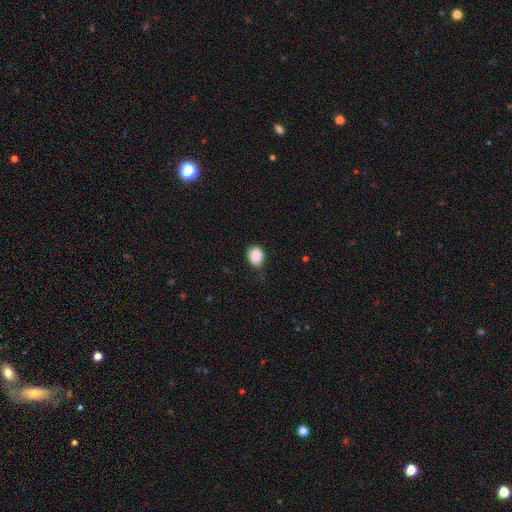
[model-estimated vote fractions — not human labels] This is clearly a smooth galaxy (89%). How rounded: possibly in between (52%). Merging: likely none (69%).